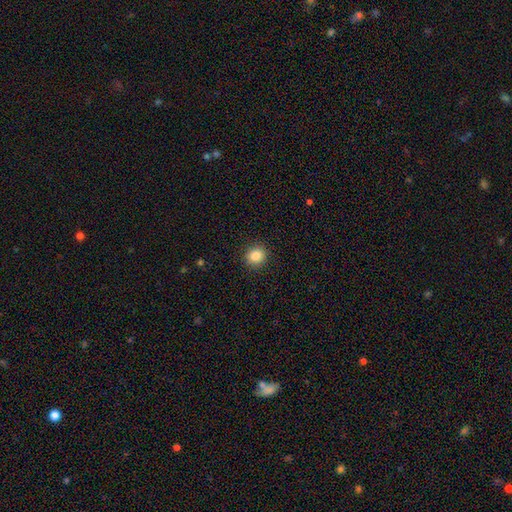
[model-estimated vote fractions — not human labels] Smooth or featured?
  - smooth: 85% *
  - star or artifact: 10%
  - featured or disk: 5%
How rounded?
  - round: 85% *
  - in between: 14%
  - cigar-shaped: 1%
Merging?
  - none: 91% *
  - minor disturbance: 6%
  - major disturbance: 2%
  - merger: 1%